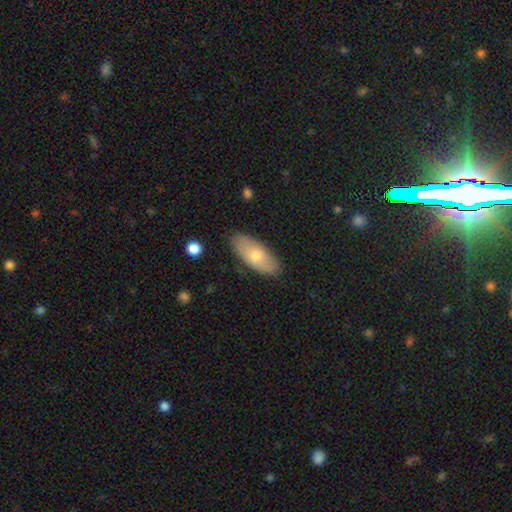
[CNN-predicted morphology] This is likely a smooth galaxy (70%). How rounded: clearly in between (84%). Merging: clearly none (85%).